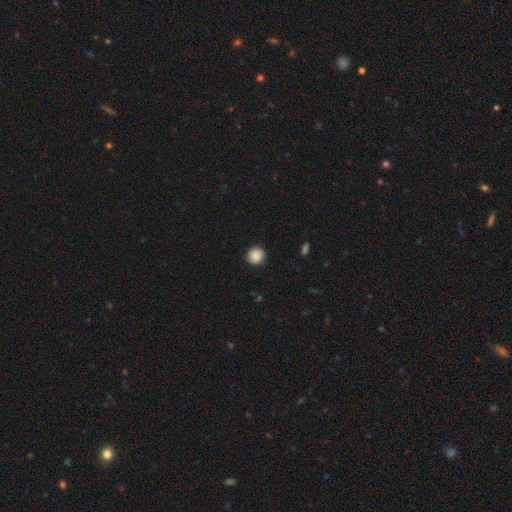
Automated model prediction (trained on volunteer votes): A smooth galaxy with no disk features (87%) that is round (92%).

Vote fractions:
- Smooth or featured? smooth: 87% / star or artifact: 8% / featured or disk: 5%
- How rounded? round: 92% / in between: 7% / cigar-shaped: 1%
- Merging? none: 91% / minor disturbance: 7% / major disturbance: 2% / merger: 1%